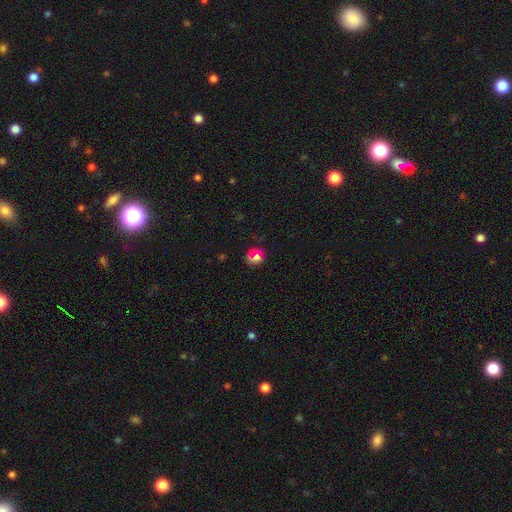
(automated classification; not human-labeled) A smooth galaxy with no disk features (61%) that is round (80%).

Vote fractions:
- Smooth or featured? smooth: 61% / star or artifact: 26% / featured or disk: 13%
- How rounded? round: 80% / in between: 18% / cigar-shaped: 2%
- Merging? none: 77% / minor disturbance: 13% / major disturbance: 5% / merger: 5%